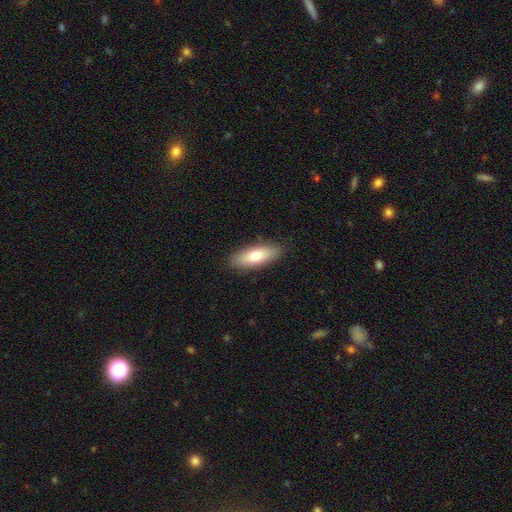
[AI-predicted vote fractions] This is likely a smooth galaxy (75%). How rounded: possibly in between (60%). Merging: clearly none (88%).